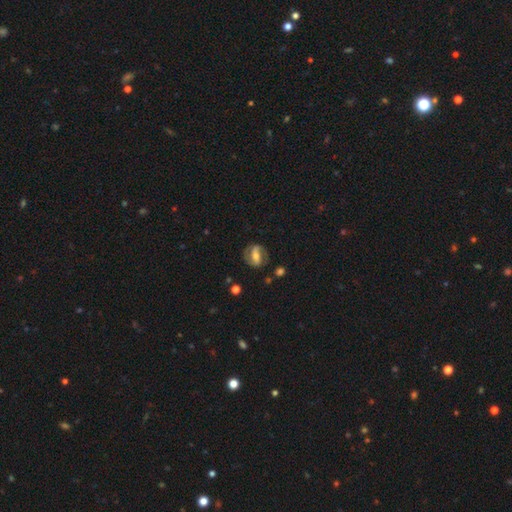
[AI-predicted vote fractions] The model was most divided on "spiral winding": medium: 45%, tight: 33%, loose: 22%. More confident: edge-on disk — no (95%); spiral arm count — 2 (85%); spiral arms — yes (81%); merging — none (75%); smooth or featured — featured or disk (72%); bar — strong (56%); bulge size — moderate (55%).